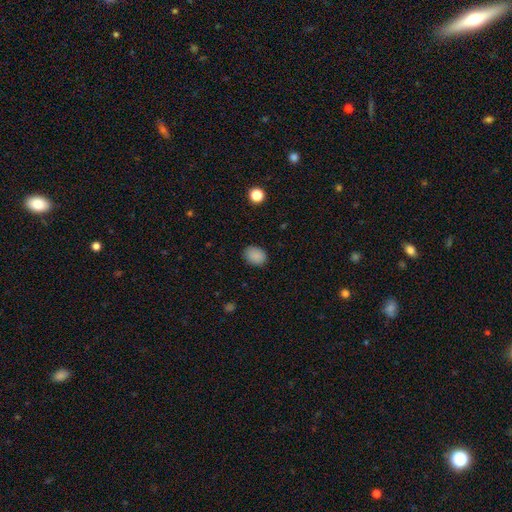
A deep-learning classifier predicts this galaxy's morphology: Smooth or featured? Predicted: smooth (p=0.87). How rounded? Predicted: in between (p=0.57). Merging? Predicted: none (p=0.85).